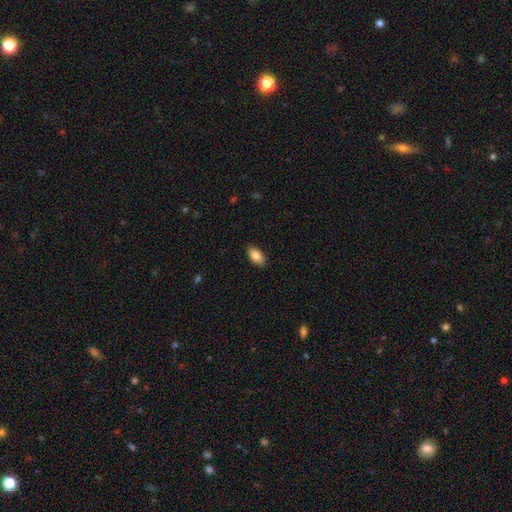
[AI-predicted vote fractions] Smooth or featured?
  - smooth: 85% *
  - featured or disk: 8%
  - star or artifact: 7%
How rounded?
  - in between: 93% *
  - cigar-shaped: 4%
  - round: 3%
Merging?
  - none: 89% *
  - minor disturbance: 8%
  - major disturbance: 2%
  - merger: 1%